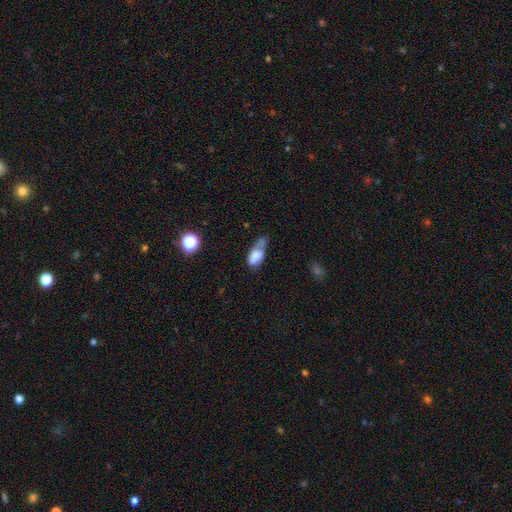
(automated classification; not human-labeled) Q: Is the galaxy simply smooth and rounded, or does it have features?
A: smooth — 72%.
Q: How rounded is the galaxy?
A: in between — 85%.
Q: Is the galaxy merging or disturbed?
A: minor disturbance — 38%.